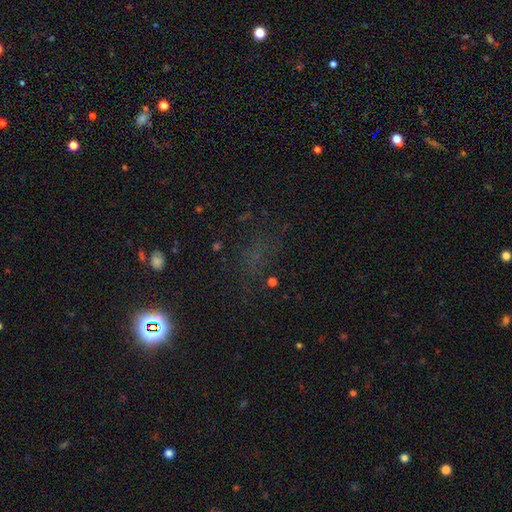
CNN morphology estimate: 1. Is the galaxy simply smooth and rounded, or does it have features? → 56% star or artifact, 31% smooth, 14% featured or disk.